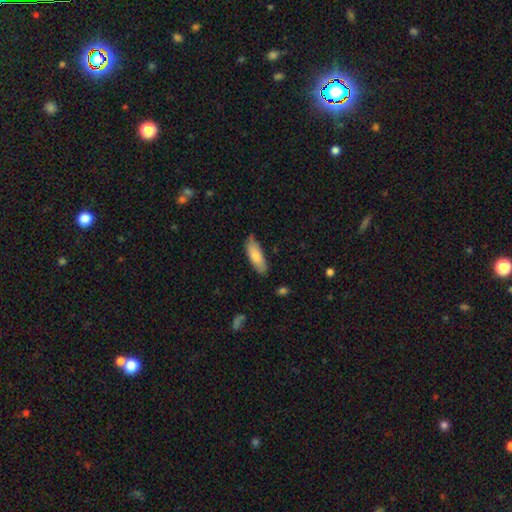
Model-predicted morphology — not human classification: Q: Smooth or featured?
A: smooth (80%); runner-up: featured or disk (14%)
Q: How rounded?
A: in between (64%); runner-up: cigar-shaped (34%)
Q: Merging?
A: none (79%); runner-up: minor disturbance (17%)